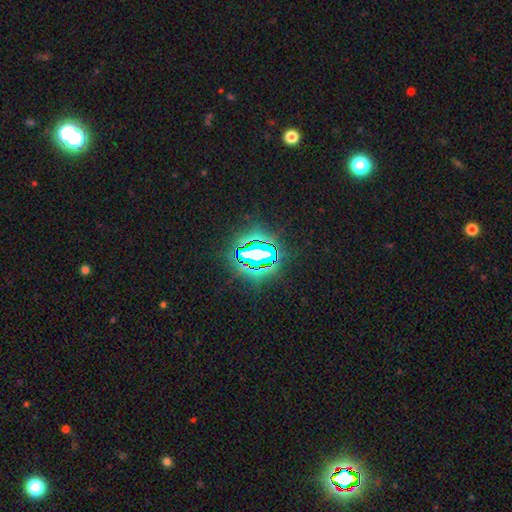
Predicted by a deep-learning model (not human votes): A star or artifact, not a galaxy (78%).

Vote fractions:
- Smooth or featured? star or artifact: 78% / smooth: 12% / featured or disk: 10%